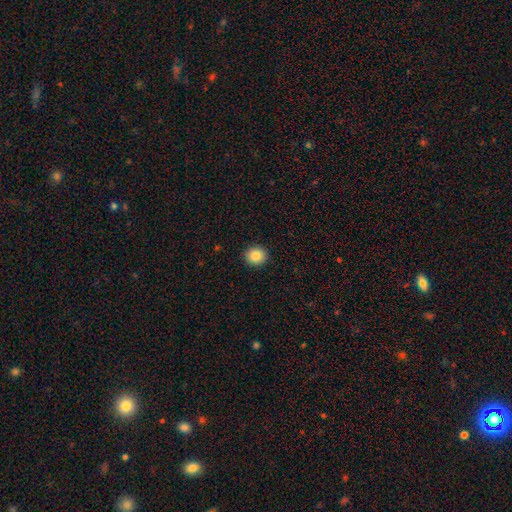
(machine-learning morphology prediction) A smooth galaxy with no disk features (85%) that is round (86%).

Vote fractions:
- Smooth or featured? smooth: 85% / star or artifact: 9% / featured or disk: 6%
- How rounded? round: 86% / in between: 13% / cigar-shaped: 1%
- Merging? none: 92% / minor disturbance: 5% / major disturbance: 2% / merger: 1%